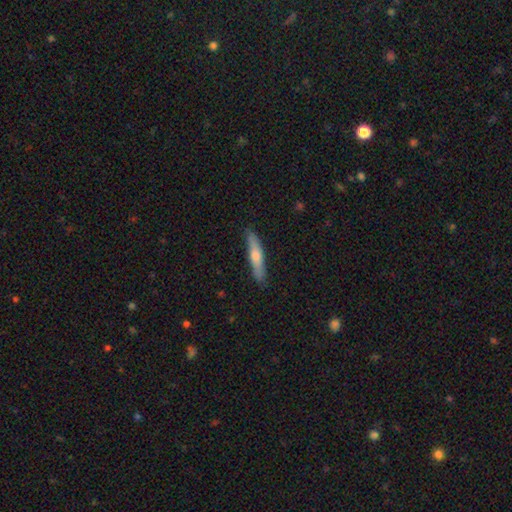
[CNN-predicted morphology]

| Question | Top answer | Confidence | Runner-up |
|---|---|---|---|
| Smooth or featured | smooth | 48% | featured or disk (46%) |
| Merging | none | 89% | minor disturbance (8%) |